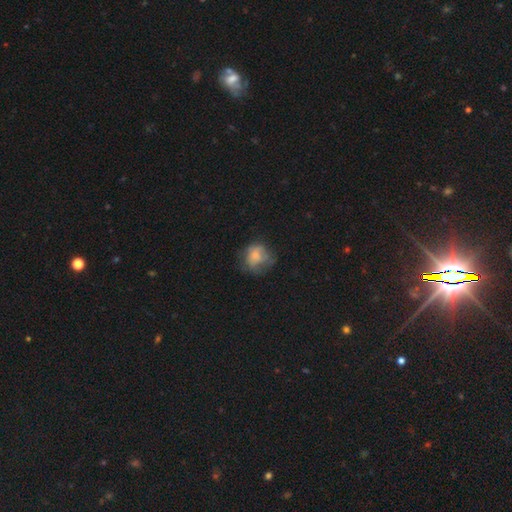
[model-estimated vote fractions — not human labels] smooth-or-featured: smooth: 64% | featured or disk: 25% | star or artifact: 11%
  how-rounded: round: 66% | in between: 33% | cigar-shaped: 1%
  merging: none: 46% | minor disturbance: 27% | major disturbance: 25% | merger: 2%